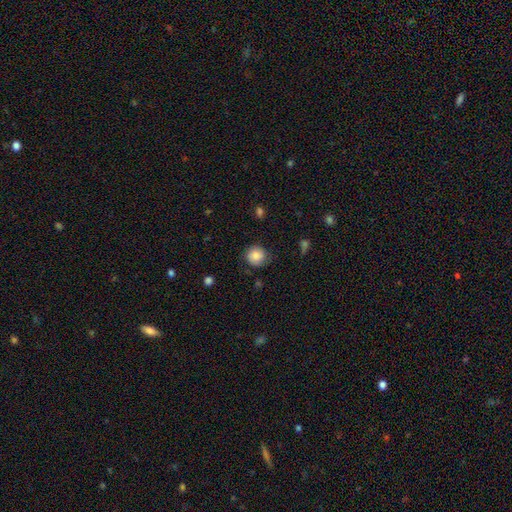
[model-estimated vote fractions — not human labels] Q: Smooth or featured?
A: smooth (82%); runner-up: featured or disk (10%)
Q: How rounded?
A: round (90%); runner-up: in between (9%)
Q: Merging?
A: none (77%); runner-up: minor disturbance (17%)